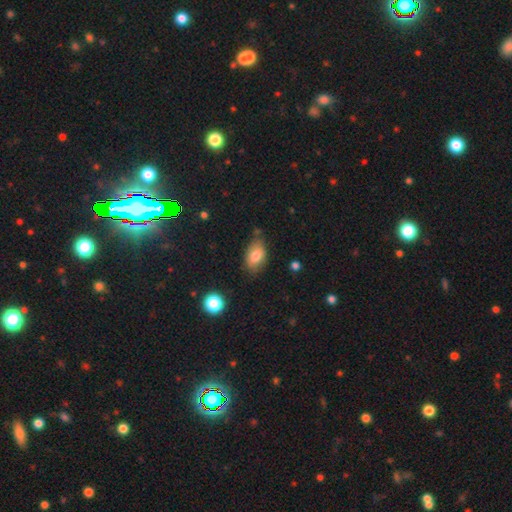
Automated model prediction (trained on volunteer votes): This appears to be a smooth galaxy with no disk features (80%) that is in between round and cigar-shaped (89%). Merging: none (73%).